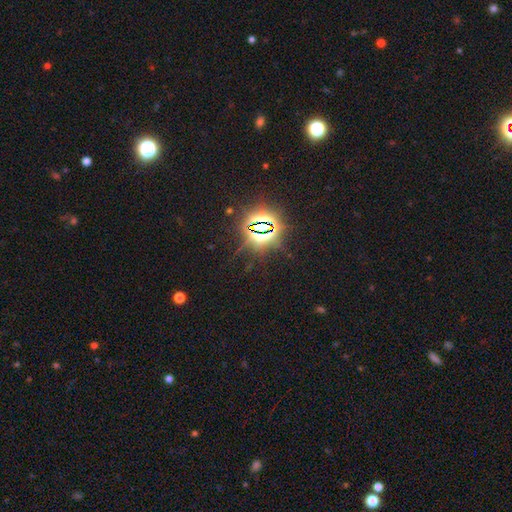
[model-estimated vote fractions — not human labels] A star or artifact, not a galaxy (84%).

Vote fractions:
- Smooth or featured? star or artifact: 84% / smooth: 10% / featured or disk: 6%